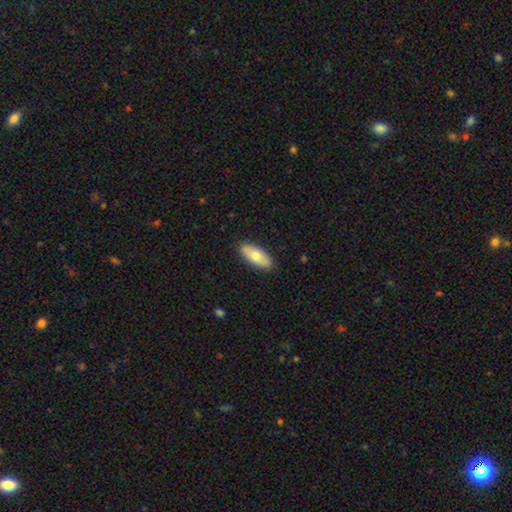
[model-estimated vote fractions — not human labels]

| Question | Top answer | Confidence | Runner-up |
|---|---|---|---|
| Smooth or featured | smooth | 71% | featured or disk (24%) |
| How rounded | in between | 87% | cigar-shaped (10%) |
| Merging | none | 87% | minor disturbance (10%) |